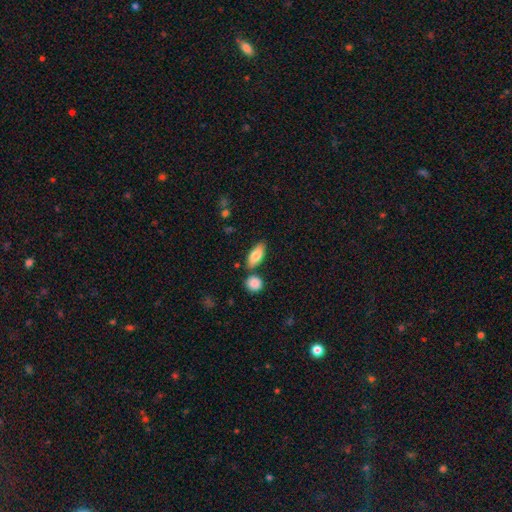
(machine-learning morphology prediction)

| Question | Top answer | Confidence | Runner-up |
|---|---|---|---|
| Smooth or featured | smooth | 80% | featured or disk (13%) |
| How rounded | in between | 82% | cigar-shaped (15%) |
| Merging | none | 73% | minor disturbance (12%) |